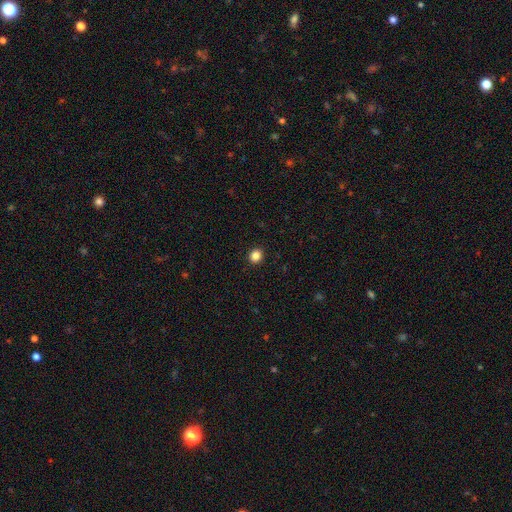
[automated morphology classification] The model was most divided on "how rounded": round: 79%, in between: 20%, cigar-shaped: 1%. More confident: merging — none (92%); smooth or featured — smooth (85%).